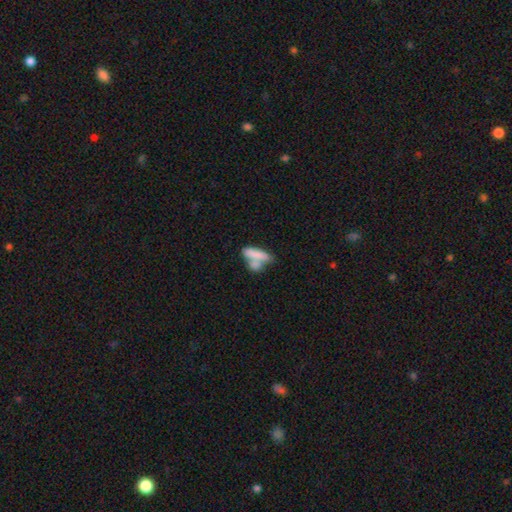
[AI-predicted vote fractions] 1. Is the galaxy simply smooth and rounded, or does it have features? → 72% smooth, 20% featured or disk, 8% star or artifact.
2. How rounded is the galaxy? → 51% in between, 45% cigar-shaped, 5% round.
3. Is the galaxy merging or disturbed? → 52% merger, 28% none, 12% minor disturbance, 8% major disturbance.